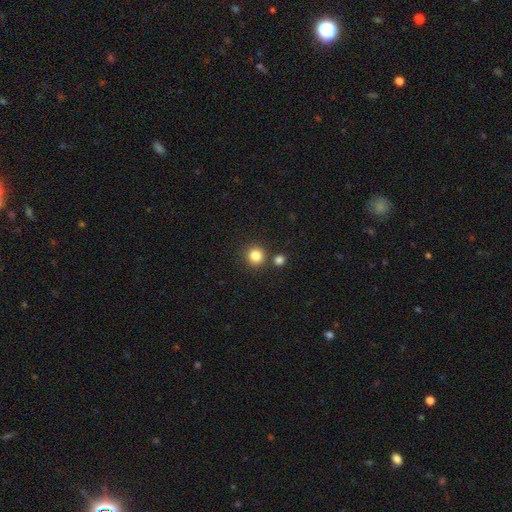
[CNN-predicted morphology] smooth-or-featured: smooth: 83% | star or artifact: 12% | featured or disk: 5%
  how-rounded: round: 92% | in between: 7% | cigar-shaped: 1%
  merging: none: 81% | merger: 9% | minor disturbance: 7% | major disturbance: 2%